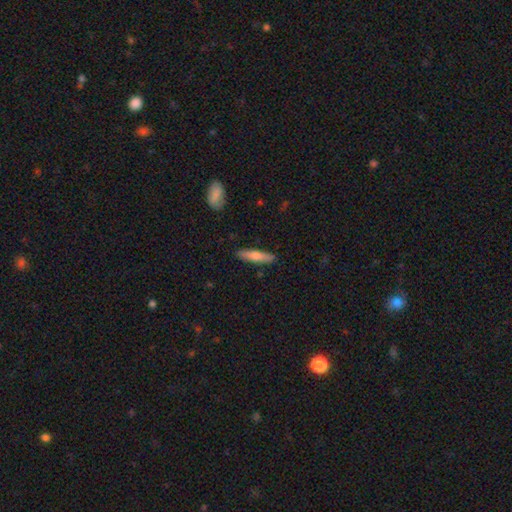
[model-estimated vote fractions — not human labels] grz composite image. It shows a smooth galaxy with no disk features (65%) that is cigar-shaped (81%). Merging: none (89%).